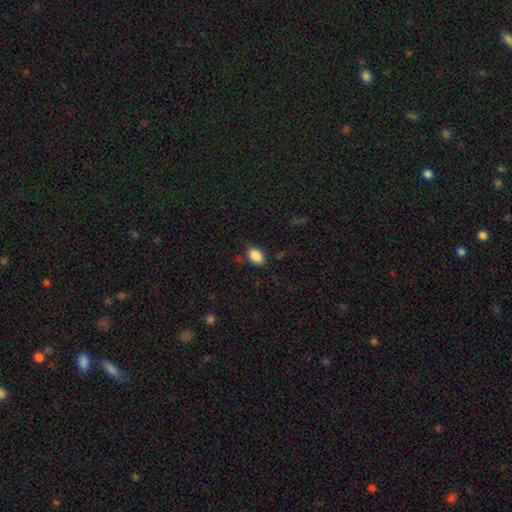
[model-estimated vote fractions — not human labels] Smooth or featured? smooth (88%)
How rounded? in between (87%)
Merging? none (79%)